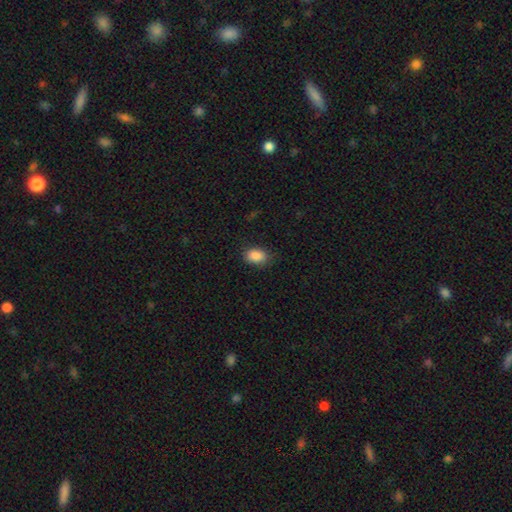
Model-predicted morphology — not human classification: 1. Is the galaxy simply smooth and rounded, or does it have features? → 88% smooth, 8% star or artifact, 3% featured or disk.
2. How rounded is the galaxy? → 80% in between, 18% round, 1% cigar-shaped.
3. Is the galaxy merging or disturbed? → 82% none, 14% minor disturbance, 3% major disturbance, 1% merger.